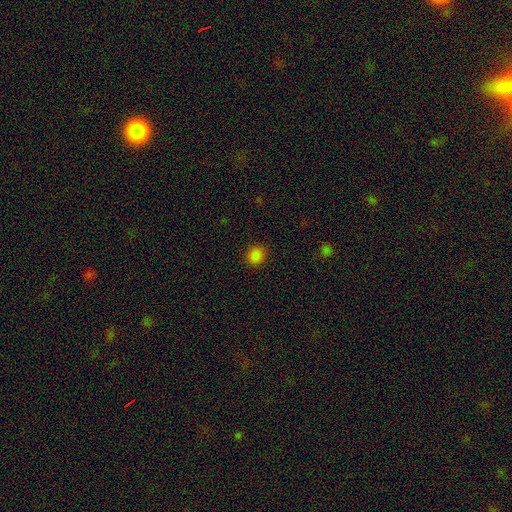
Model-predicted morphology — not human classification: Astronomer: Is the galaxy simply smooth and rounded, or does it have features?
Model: smooth — 84%.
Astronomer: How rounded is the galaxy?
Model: round — 87%.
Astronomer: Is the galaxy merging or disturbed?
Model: none — 90%.